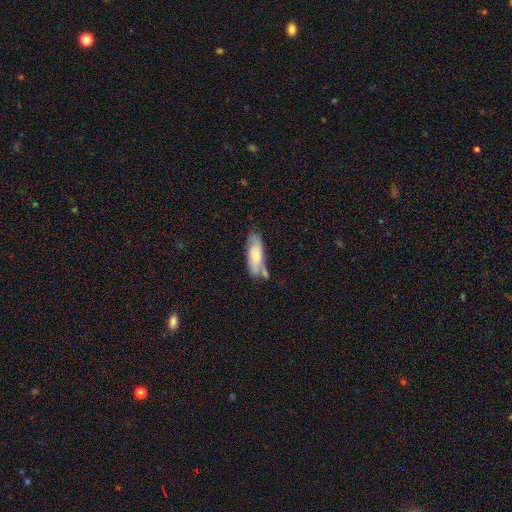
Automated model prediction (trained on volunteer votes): This appears to be a smooth galaxy with no disk features (70%) that is in between round and cigar-shaped (59%). Merging: none (53%).